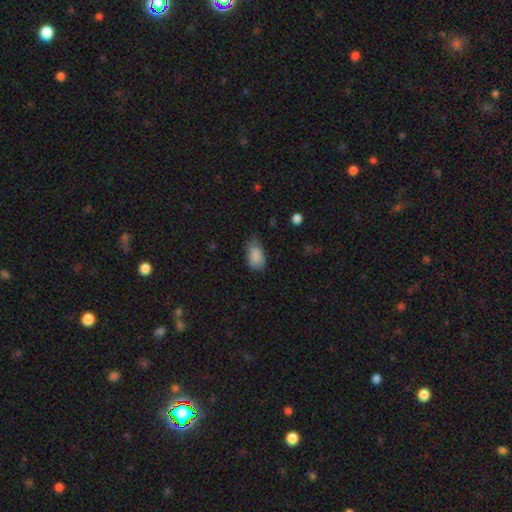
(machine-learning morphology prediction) smooth_or_featured: smooth (p=0.86) [alt: star or artifact p=0.08]
how_rounded: in between (p=0.91) [alt: round p=0.07]
merging: none (p=0.55) [alt: minor disturbance p=0.35]